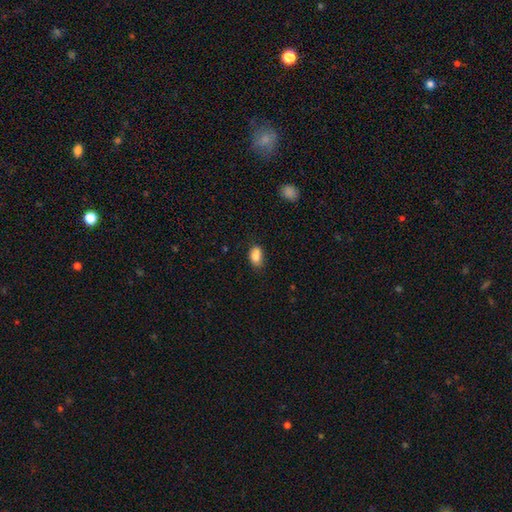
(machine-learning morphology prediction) smooth_or_featured: smooth (p=0.83) [alt: star or artifact p=0.09]
how_rounded: in between (p=0.86) [alt: round p=0.12]
merging: none (p=0.62) [alt: minor disturbance p=0.25]